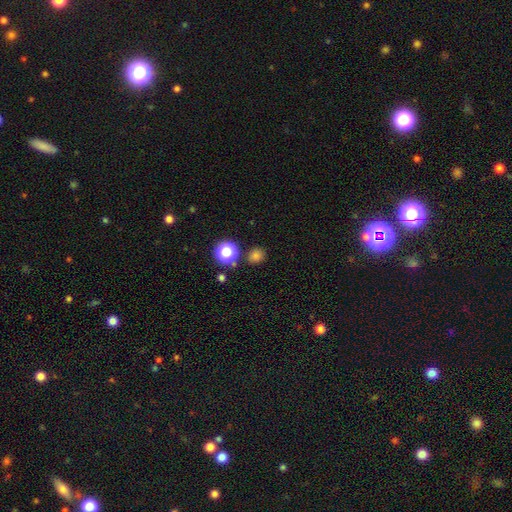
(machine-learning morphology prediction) Smooth or featured? Predicted: smooth (p=0.73). How rounded? Predicted: round (p=0.78). Merging? Predicted: none (p=0.84).